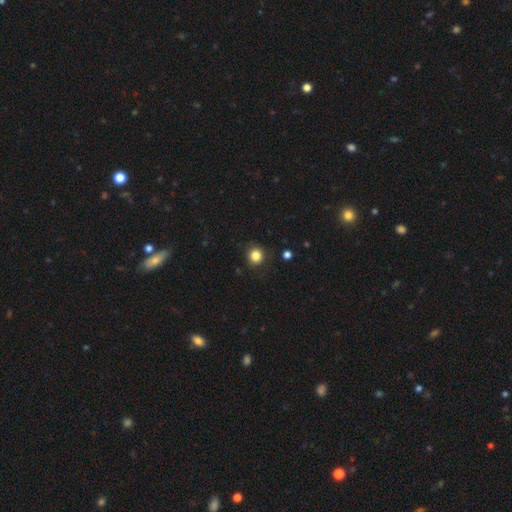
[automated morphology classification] A smooth galaxy with no disk features (84%) that is round (89%). Merging: none (87%).